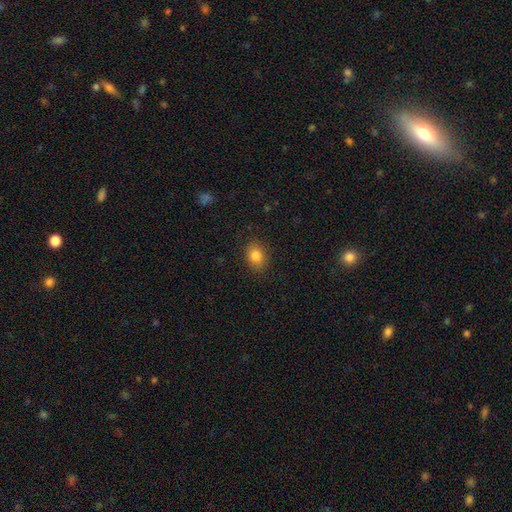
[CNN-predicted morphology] Q: Smooth or featured?
A: smooth (84%); runner-up: star or artifact (10%)
Q: How rounded?
A: in between (61%); runner-up: round (38%)
Q: Merging?
A: none (87%); runner-up: minor disturbance (9%)